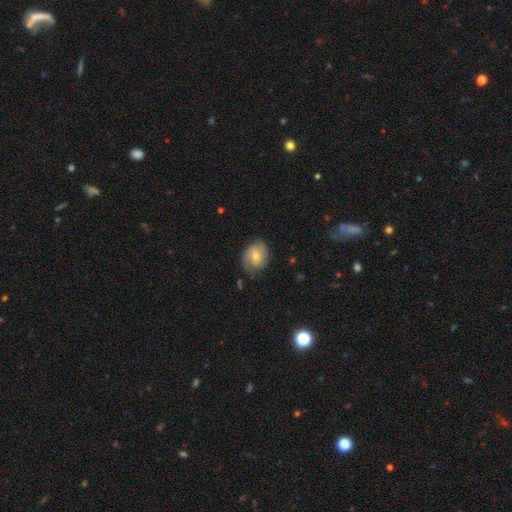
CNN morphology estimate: Smooth or featured? smooth (47%)
Merging? none (66%)